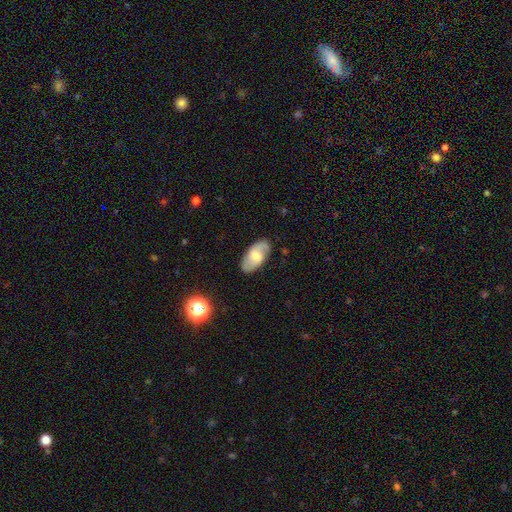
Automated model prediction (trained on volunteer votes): Morphology: type=featured or disk (53%); edge-on=no (92%); merging=none (81%).